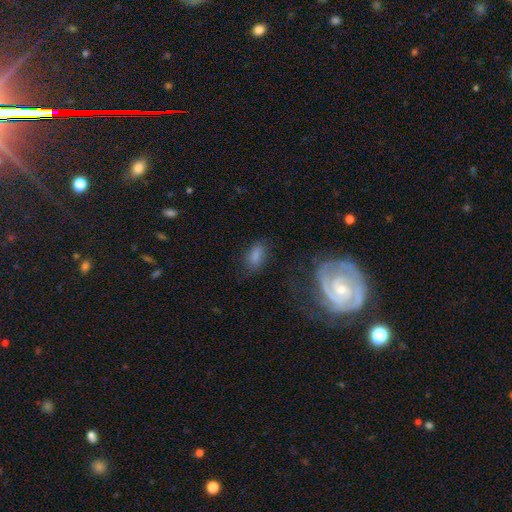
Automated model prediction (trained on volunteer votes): This appears to be a smooth galaxy with no disk features (79%) that is in between round and cigar-shaped (89%). Merging: none (71%).